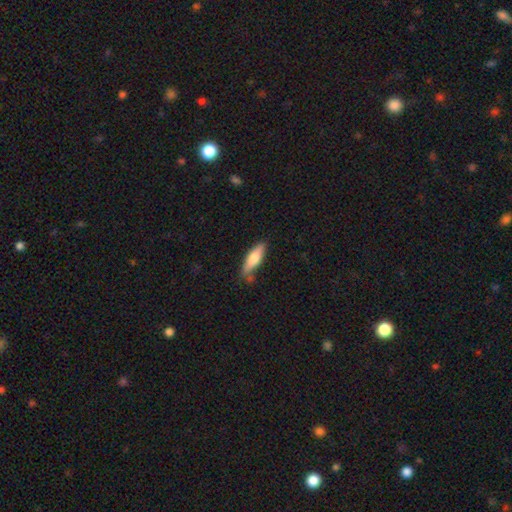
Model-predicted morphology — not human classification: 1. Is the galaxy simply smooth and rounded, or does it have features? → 66% smooth, 28% featured or disk, 6% star or artifact.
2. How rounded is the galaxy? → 56% cigar-shaped, 42% in between, 2% round.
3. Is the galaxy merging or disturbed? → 74% none, 19% minor disturbance, 4% merger, 3% major disturbance.